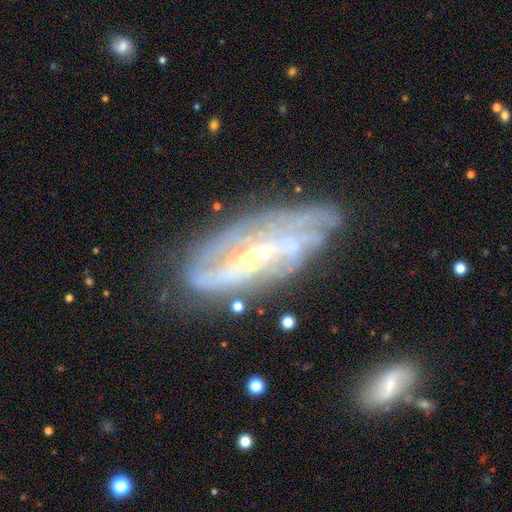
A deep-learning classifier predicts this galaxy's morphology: Q: Smooth or featured?
A: featured or disk (75%); runner-up: smooth (16%)
Q: Edge-on disk?
A: no (82%); runner-up: yes (18%)
Q: Bar?
A: strong (37%); runner-up: weak (35%)
Q: Spiral arms?
A: yes (75%); runner-up: no (25%)
Q: Bulge size?
A: small (52%); runner-up: moderate (23%)
Q: Merging?
A: none (63%); runner-up: minor disturbance (22%)